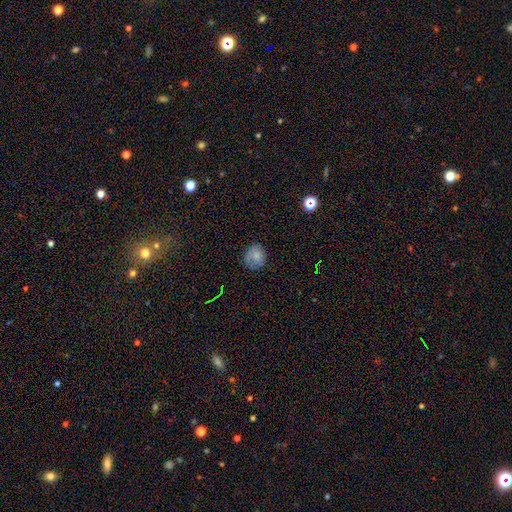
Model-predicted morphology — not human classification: This appears to be a smooth galaxy with no disk features (70%) that is round (60%). Merging: none (65%).